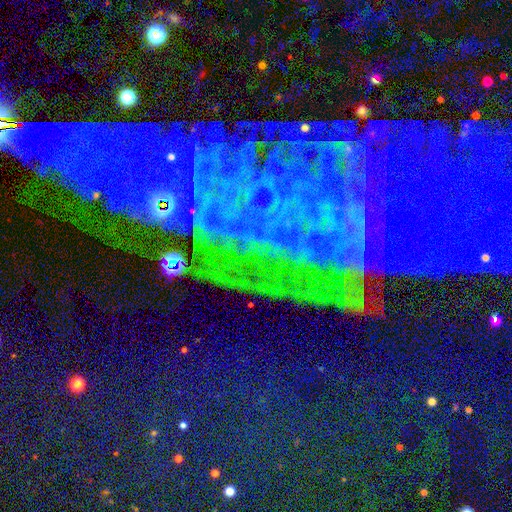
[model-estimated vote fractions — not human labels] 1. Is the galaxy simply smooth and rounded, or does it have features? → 77% star or artifact, 13% featured or disk, 10% smooth.